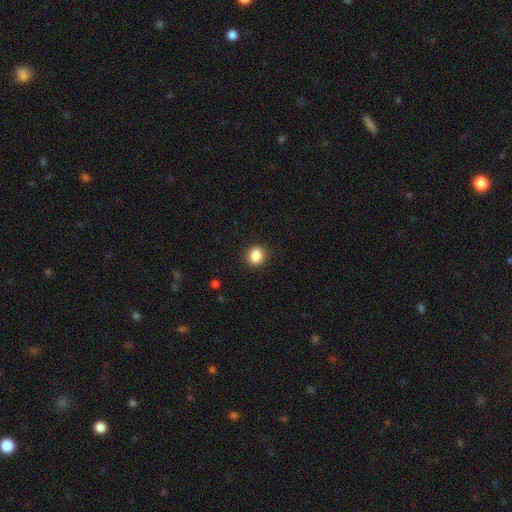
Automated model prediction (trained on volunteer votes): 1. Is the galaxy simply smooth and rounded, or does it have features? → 87% smooth, 9% star or artifact, 4% featured or disk.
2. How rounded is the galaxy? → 81% round, 18% in between, 1% cigar-shaped.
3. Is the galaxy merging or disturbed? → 91% none, 6% minor disturbance, 2% major disturbance, 1% merger.